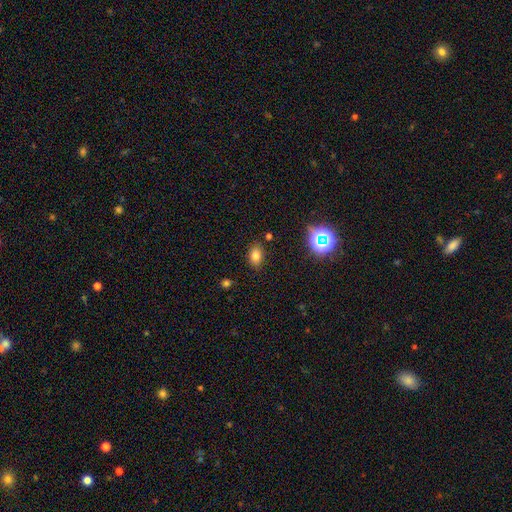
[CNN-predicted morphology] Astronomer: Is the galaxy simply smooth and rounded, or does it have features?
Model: smooth — 77%.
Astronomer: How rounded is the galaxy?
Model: in between — 82%.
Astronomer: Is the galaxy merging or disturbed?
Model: none — 84%.